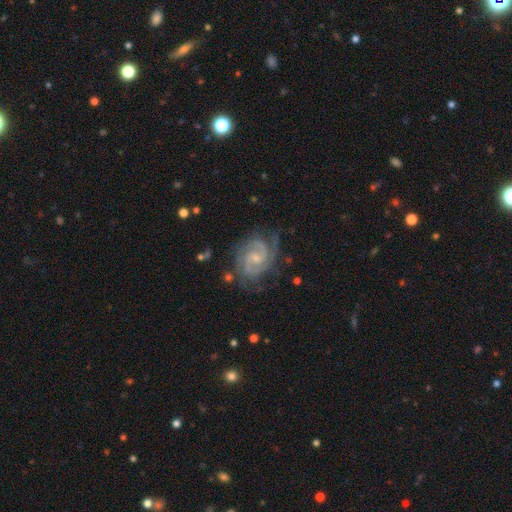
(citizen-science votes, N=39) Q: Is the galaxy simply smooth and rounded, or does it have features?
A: featured or disk — 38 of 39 (97%).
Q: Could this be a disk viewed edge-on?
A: no — 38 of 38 (100%).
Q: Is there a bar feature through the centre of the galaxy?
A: weak — 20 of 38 (53%).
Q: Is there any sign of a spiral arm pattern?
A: yes — 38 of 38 (100%).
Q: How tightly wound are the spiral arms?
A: tight — 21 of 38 (55%).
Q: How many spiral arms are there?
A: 2 — 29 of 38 (76%).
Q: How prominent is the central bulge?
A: small — 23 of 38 (61%).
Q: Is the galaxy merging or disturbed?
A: none — 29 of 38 (76%).